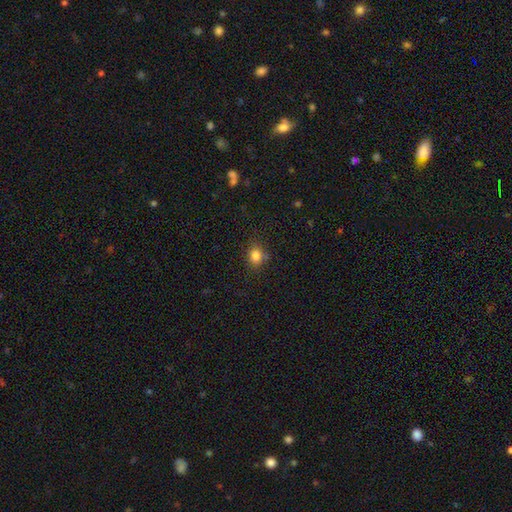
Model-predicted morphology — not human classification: smooth_or_featured: smooth (p=0.82) [alt: star or artifact p=0.12]
how_rounded: round (p=0.65) [alt: in between p=0.34]
merging: none (p=0.79) [alt: minor disturbance p=0.14]